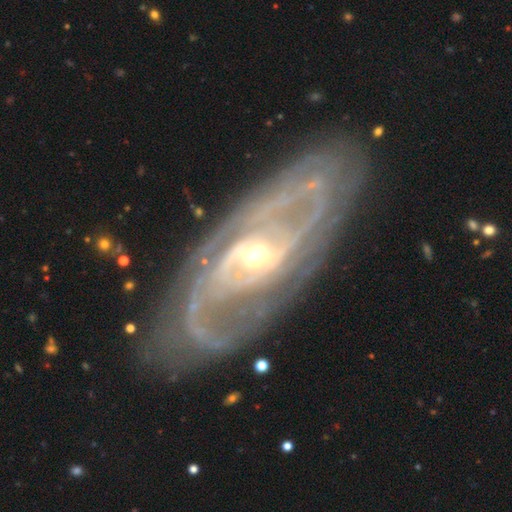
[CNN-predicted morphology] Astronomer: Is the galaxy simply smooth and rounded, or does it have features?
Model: featured or disk — 89%.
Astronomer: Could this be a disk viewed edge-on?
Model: no — 92%.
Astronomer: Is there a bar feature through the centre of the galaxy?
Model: no — 42% (runner-up: weak, 35%).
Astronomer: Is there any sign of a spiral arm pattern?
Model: yes — 90%.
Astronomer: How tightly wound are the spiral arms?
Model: tight — 56% (runner-up: medium, 32%).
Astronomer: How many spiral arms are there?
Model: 2 — 42% (runner-up: can't tell, 25%).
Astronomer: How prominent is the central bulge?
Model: small — 52% (runner-up: moderate, 44%).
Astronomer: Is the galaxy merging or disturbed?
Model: none — 69%.